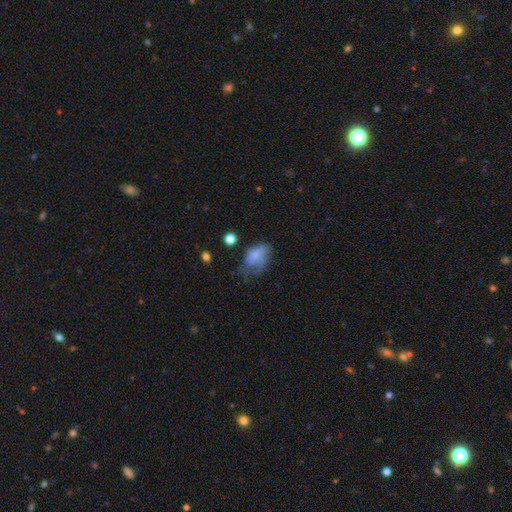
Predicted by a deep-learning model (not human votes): This appears to be a smooth galaxy with no disk features (62%) that is in between round and cigar-shaped (87%). Merging: major disturbance (37%).